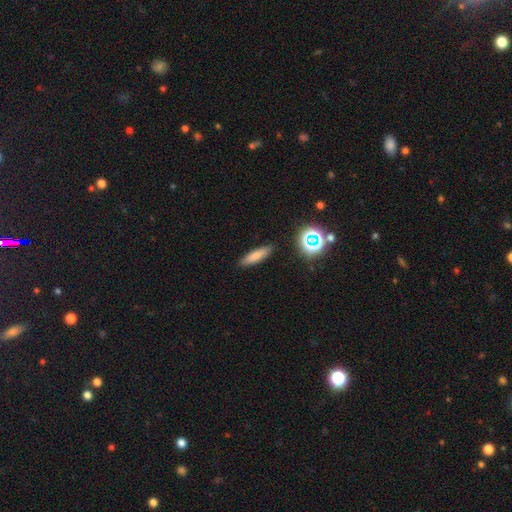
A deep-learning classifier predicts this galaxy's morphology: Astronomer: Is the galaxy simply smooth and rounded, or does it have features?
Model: smooth — 76%.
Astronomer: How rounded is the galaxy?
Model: cigar-shaped — 70%.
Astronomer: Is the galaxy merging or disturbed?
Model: none — 88%.